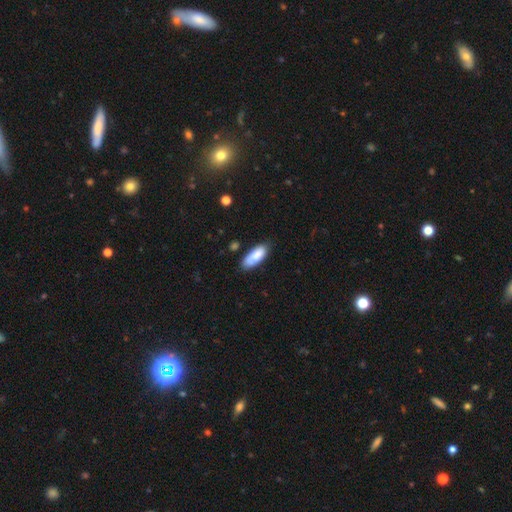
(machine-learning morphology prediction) This is clearly a smooth galaxy (82%). How rounded: likely in between (77%). Merging: likely none (73%).